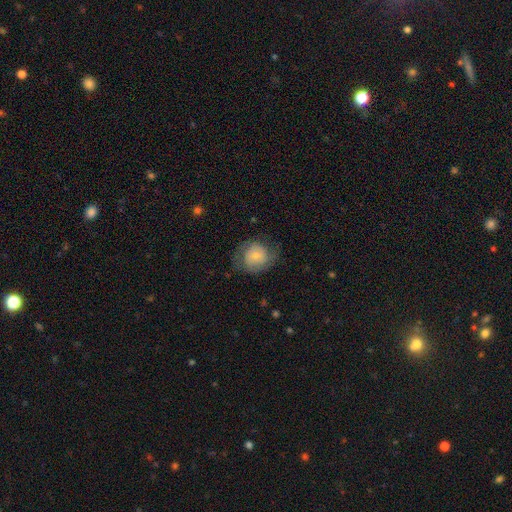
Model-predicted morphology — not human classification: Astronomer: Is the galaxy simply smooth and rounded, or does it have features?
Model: smooth — 59%.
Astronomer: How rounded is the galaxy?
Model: round — 77%.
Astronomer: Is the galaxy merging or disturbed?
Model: none — 59%.